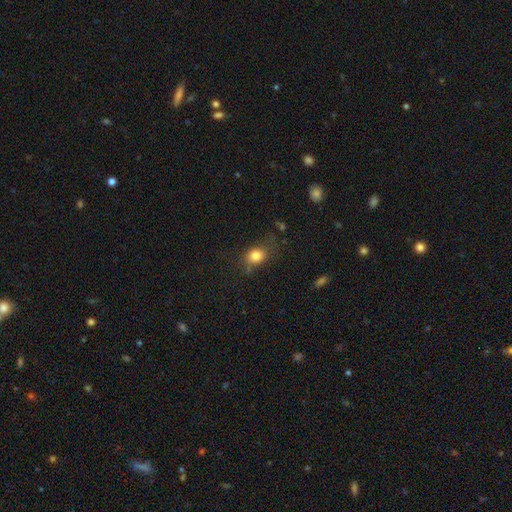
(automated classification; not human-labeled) Smooth or featured: smooth — 82% (star or artifact — 10%)
How rounded: in between — 50% (round — 49%)
Merging: none — 60% (minor disturbance — 26%)